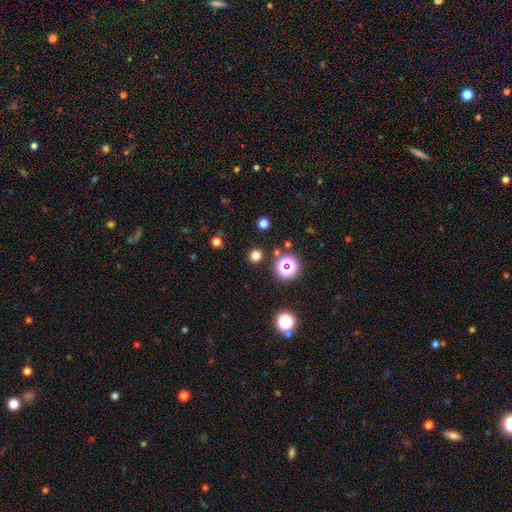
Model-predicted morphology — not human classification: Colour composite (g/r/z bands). It shows a smooth galaxy with no disk features (71%) that is round (90%). Merging: none (89%).